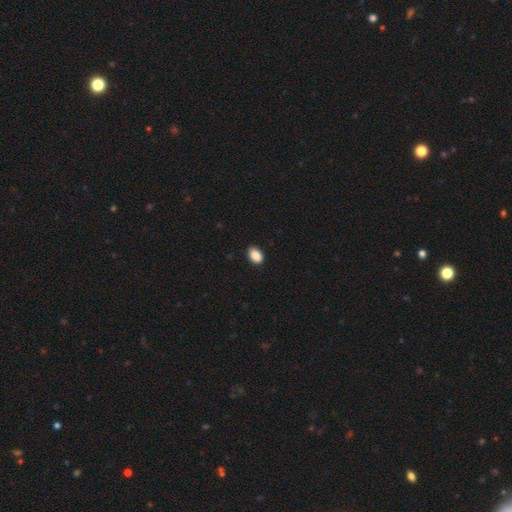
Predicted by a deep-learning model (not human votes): Smooth or featured? Predicted: smooth (p=0.89). How rounded? Predicted: in between (p=0.84). Merging? Predicted: none (p=0.89).